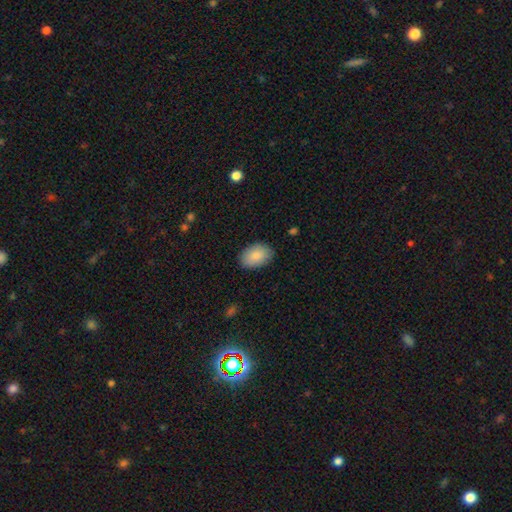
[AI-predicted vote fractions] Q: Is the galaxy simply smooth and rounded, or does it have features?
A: smooth — 87%.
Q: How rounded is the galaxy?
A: in between — 90%.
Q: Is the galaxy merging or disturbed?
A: none — 87%.